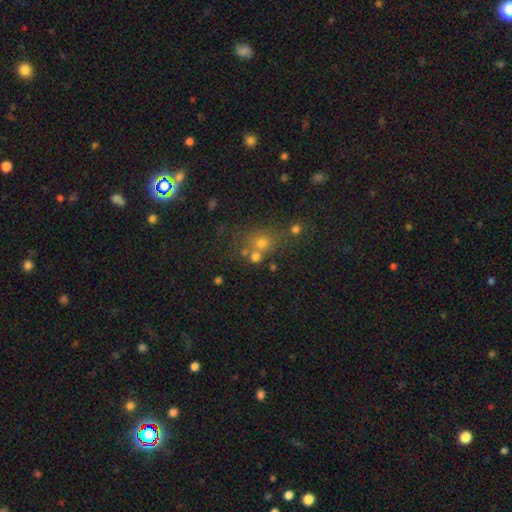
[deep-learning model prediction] Morphology: type=smooth (59%); roundness=round (73%); merging=none (55%).